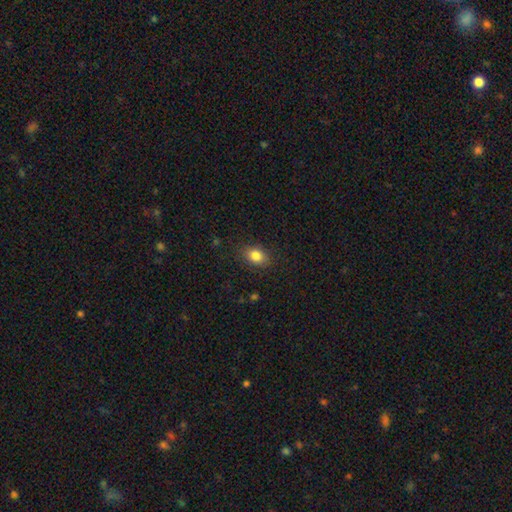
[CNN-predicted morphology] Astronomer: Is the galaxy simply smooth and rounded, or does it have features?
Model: smooth — 84%.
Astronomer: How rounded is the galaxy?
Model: in between — 74%.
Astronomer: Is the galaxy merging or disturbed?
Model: none — 85%.